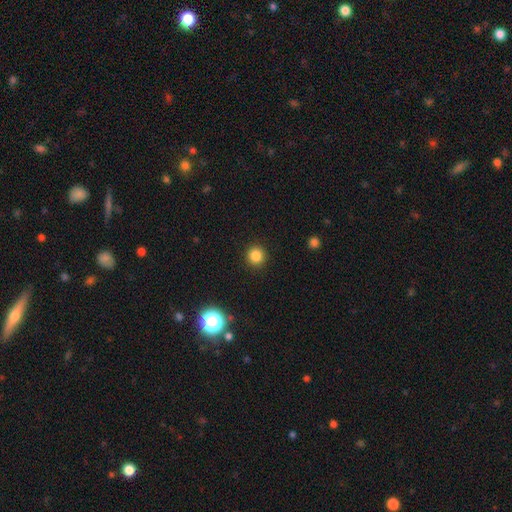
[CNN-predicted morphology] smooth_or_featured: smooth (p=0.84) [alt: star or artifact p=0.12]
how_rounded: round (p=0.94) [alt: in between p=0.05]
merging: none (p=0.92) [alt: minor disturbance p=0.05]